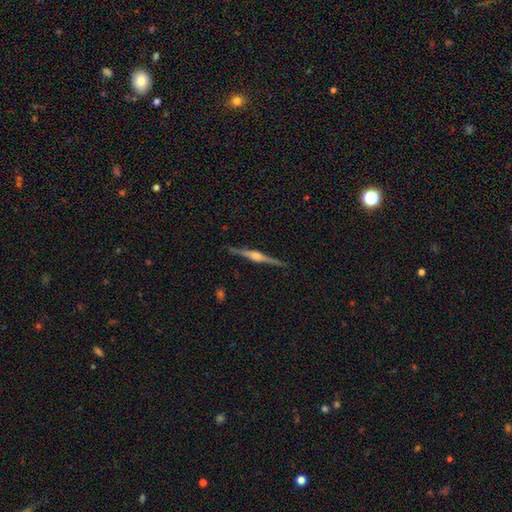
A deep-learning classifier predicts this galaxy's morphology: The model was most divided on "edge-on bulge": rounded: 83%, boxy: 12%, none: 5%. More confident: edge-on disk — yes (99%); merging — none (91%); smooth or featured — featured or disk (85%).